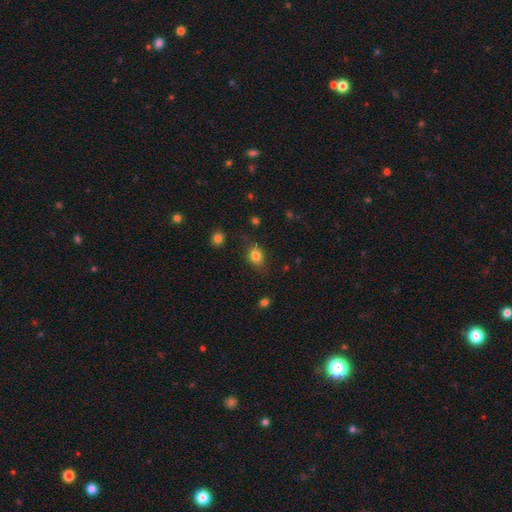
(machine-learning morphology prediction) This is clearly a smooth galaxy (82%). How rounded: possibly in between (60%). Merging: likely none (76%).